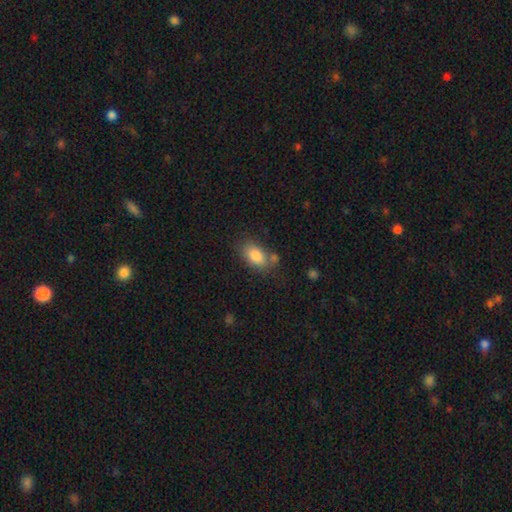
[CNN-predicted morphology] This appears to be a smooth galaxy with no disk features (84%) that is in between round and cigar-shaped (90%). Merging: none (64%).